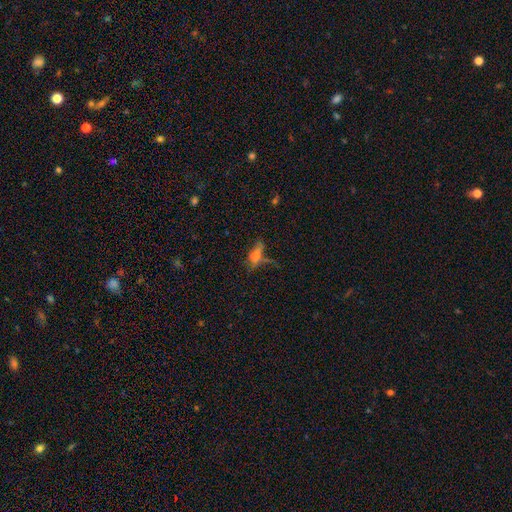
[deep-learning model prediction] smooth_or_featured: smooth (p=0.60) [alt: featured or disk p=0.23]
how_rounded: in between (p=0.65) [alt: cigar-shaped p=0.29]
merging: none (p=0.38) [alt: major disturbance p=0.24]